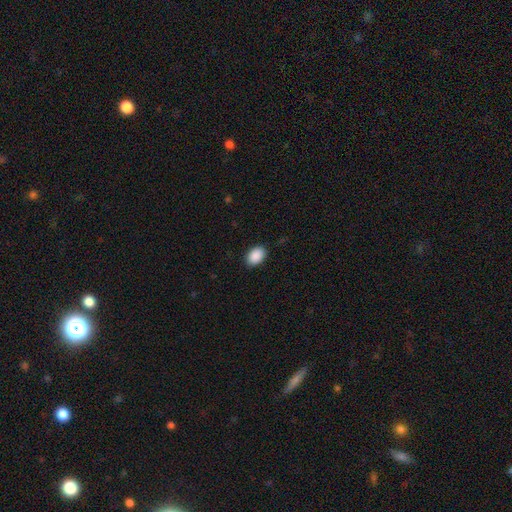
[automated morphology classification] Smooth or featured: smooth — 91% (star or artifact — 7%)
How rounded: in between — 84% (round — 15%)
Merging: none — 89% (minor disturbance — 8%)